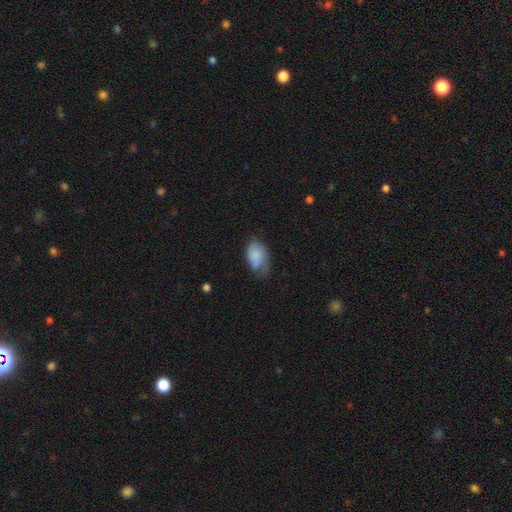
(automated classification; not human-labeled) A smooth galaxy with no disk features (73%) that is in between round and cigar-shaped (91%).

Vote fractions:
- Smooth or featured? smooth: 73% / featured or disk: 20% / star or artifact: 7%
- How rounded? in between: 91% / round: 7% / cigar-shaped: 2%
- Merging? minor disturbance: 39% / none: 38% / major disturbance: 20% / merger: 3%